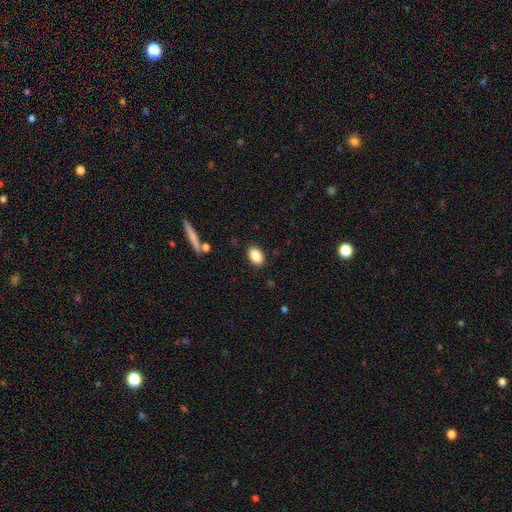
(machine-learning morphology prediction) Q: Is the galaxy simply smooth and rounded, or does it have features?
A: smooth — 87%.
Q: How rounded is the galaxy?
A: in between — 87%.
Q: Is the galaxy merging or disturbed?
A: none — 86%.